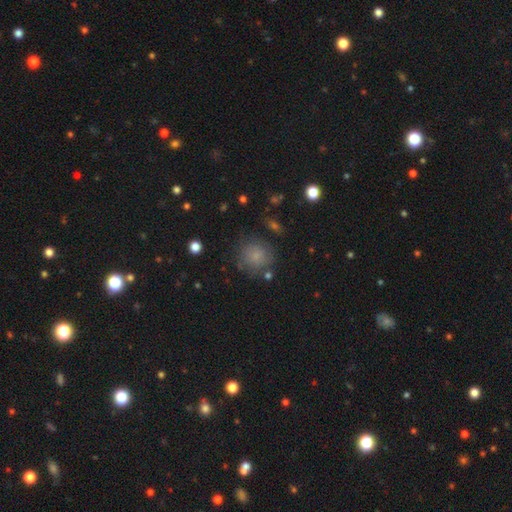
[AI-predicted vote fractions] The model was most divided on "merging": none: 73%, minor disturbance: 16%, major disturbance: 7%, merger: 3%. More confident: how rounded — round (89%); smooth or featured — smooth (74%).